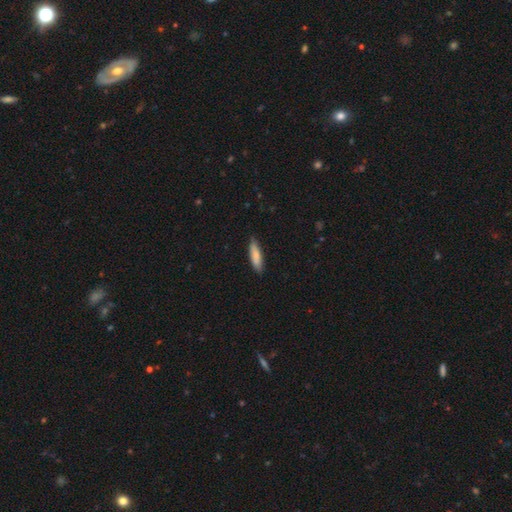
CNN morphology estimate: Overall: smooth (83%). How rounded: cigar-shaped (66%; in between 32%). Merging: none (84%).